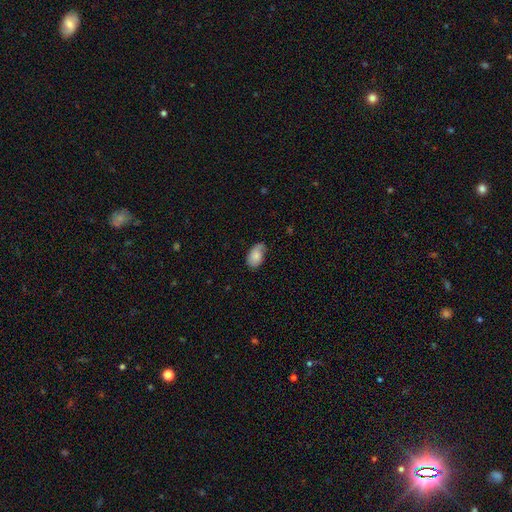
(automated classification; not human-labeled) A smooth galaxy with no disk features (79%) that is in between round and cigar-shaped (92%).

Vote fractions:
- Smooth or featured? smooth: 79% / featured or disk: 14% / star or artifact: 7%
- How rounded? in between: 92% / round: 7% / cigar-shaped: 1%
- Merging? none: 63% / minor disturbance: 29% / major disturbance: 7% / merger: 2%